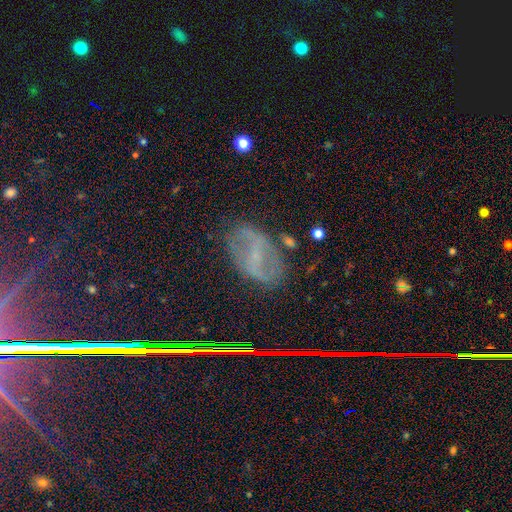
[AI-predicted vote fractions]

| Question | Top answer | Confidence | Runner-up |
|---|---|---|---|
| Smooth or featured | featured or disk | 63% | smooth (20%) |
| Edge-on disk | no | 93% | yes (7%) |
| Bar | strong | 43% | weak (39%) |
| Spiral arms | yes | 74% | no (26%) |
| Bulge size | small | 62% | none (23%) |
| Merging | none | 70% | minor disturbance (19%) |